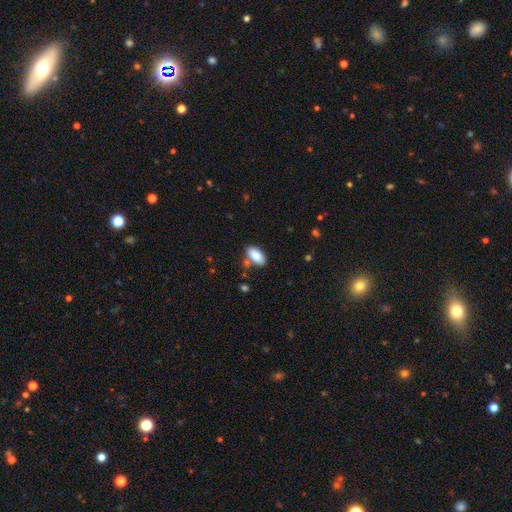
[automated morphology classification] Smooth or featured?
  - smooth: 87% *
  - star or artifact: 7%
  - featured or disk: 5%
How rounded?
  - in between: 93% *
  - cigar-shaped: 5%
  - round: 3%
Merging?
  - none: 72% *
  - minor disturbance: 15%
  - merger: 9%
  - major disturbance: 4%